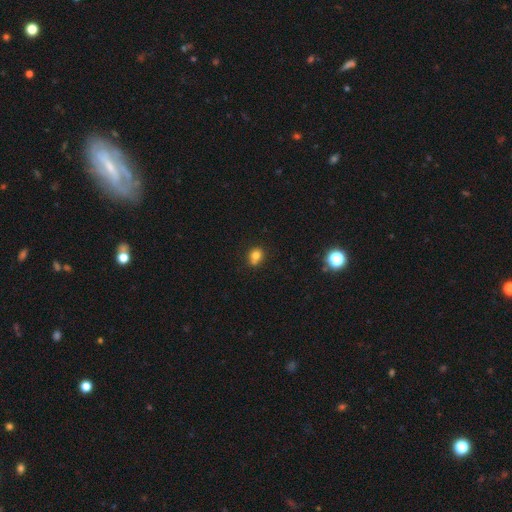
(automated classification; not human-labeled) smooth_or_featured: smooth (p=0.76) [alt: star or artifact p=0.13]
how_rounded: round (p=0.71) [alt: in between p=0.28]
merging: none (p=0.57) [alt: merger p=0.20]